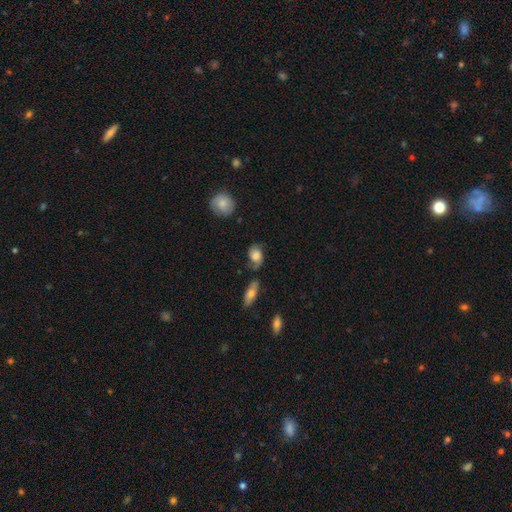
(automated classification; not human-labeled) Q: Smooth or featured?
A: smooth (61%); runner-up: featured or disk (31%)
Q: How rounded?
A: in between (71%); runner-up: round (27%)
Q: Merging?
A: none (47%); runner-up: minor disturbance (29%)